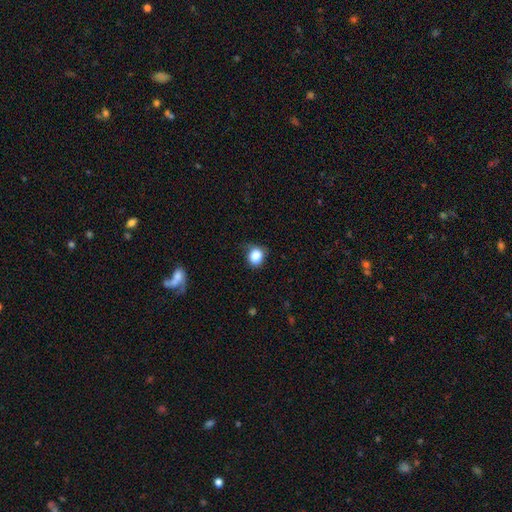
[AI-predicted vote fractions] A smooth galaxy with no disk features (85%) that is round (66%).

Vote fractions:
- Smooth or featured? smooth: 85% / star or artifact: 10% / featured or disk: 5%
- How rounded? round: 66% / in between: 33% / cigar-shaped: 1%
- Merging? none: 68% / minor disturbance: 24% / major disturbance: 6% / merger: 2%